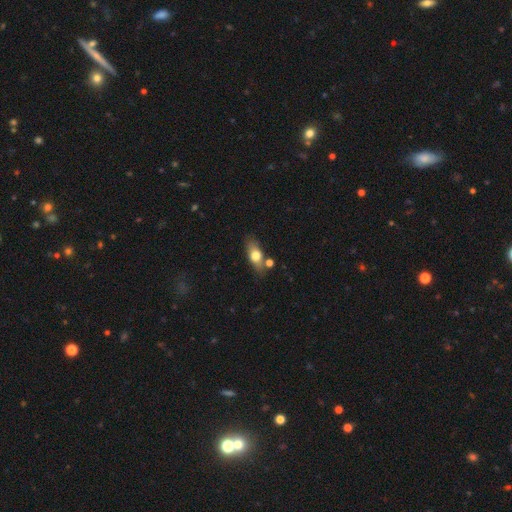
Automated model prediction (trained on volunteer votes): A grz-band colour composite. It shows a smooth galaxy with no disk features (67%) that is in between round and cigar-shaped (75%). Merging: none (68%).